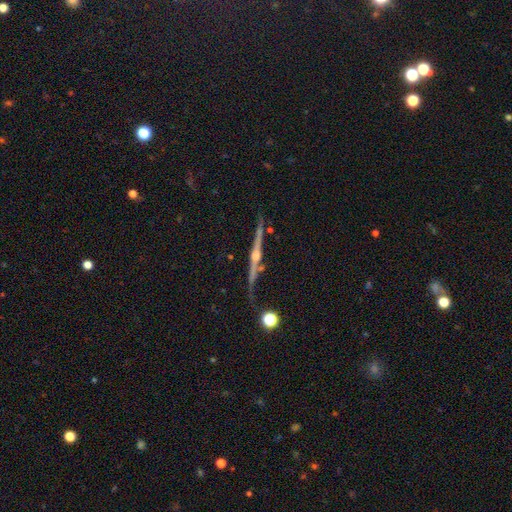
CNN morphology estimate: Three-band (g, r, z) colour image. It shows a featured or disk galaxy (86%) viewed edge-on (98%) with a rounded central bulge (90%). Merging: none (79%).